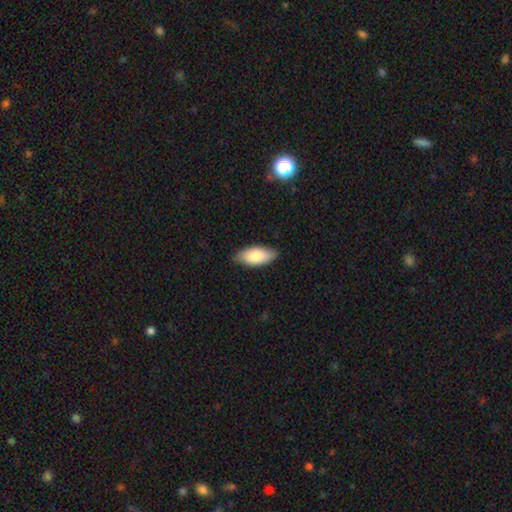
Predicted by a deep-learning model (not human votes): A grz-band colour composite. It shows a smooth galaxy with no disk features (82%) that is in between round and cigar-shaped (89%). Merging: none (83%).